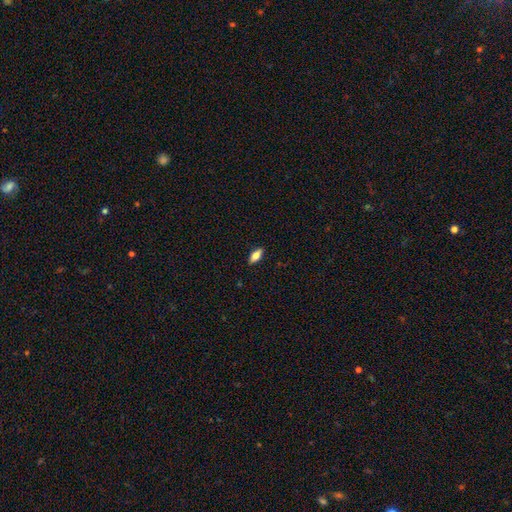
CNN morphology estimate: Overall: smooth (71%). How rounded: in between (81%). Merging: none (89%).